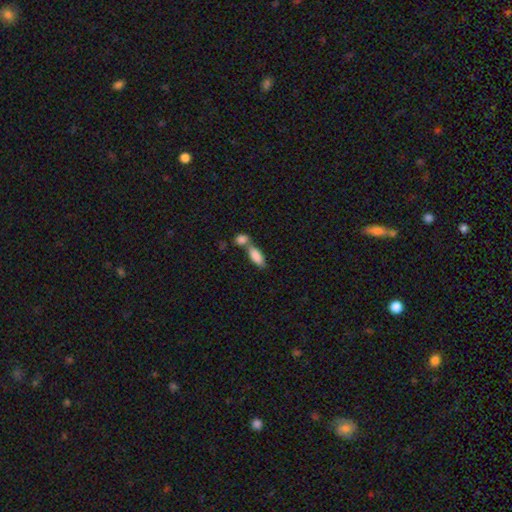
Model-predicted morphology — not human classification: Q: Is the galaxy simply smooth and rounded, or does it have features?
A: smooth — 86%.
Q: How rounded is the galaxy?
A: in between — 83%.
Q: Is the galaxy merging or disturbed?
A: merger — 53%.